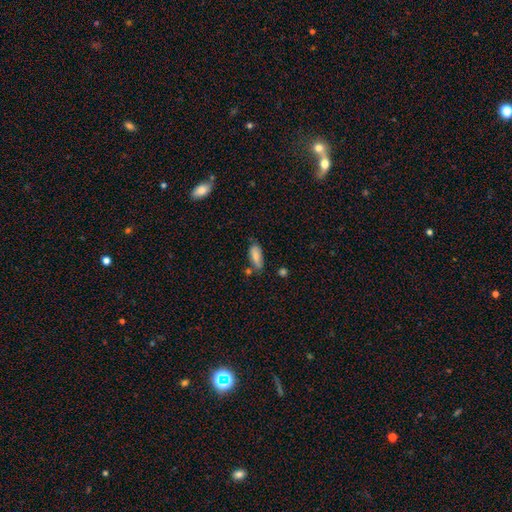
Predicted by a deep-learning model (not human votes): Smooth or featured?
  - smooth: 79% *
  - featured or disk: 13%
  - star or artifact: 7%
How rounded?
  - in between: 75% *
  - cigar-shaped: 23%
  - round: 2%
Merging?
  - none: 62% *
  - minor disturbance: 24%
  - merger: 8%
  - major disturbance: 6%